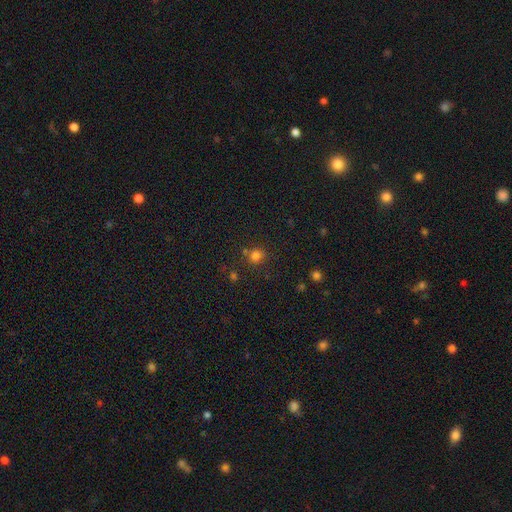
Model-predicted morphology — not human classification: This is likely a smooth galaxy (78%). How rounded: clearly round (86%). Merging: likely none (73%).